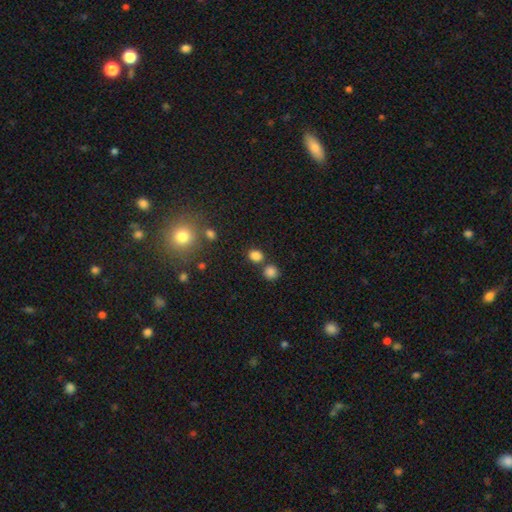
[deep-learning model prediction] Overall: smooth (82%). How rounded: round (58%; in between 40%). Merging: none (69%).